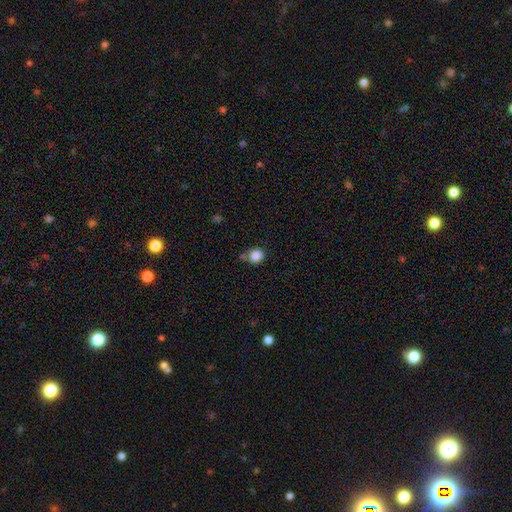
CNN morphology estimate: A smooth galaxy with no disk features (85%) that is round (79%).

Vote fractions:
- Smooth or featured? smooth: 85% / star or artifact: 10% / featured or disk: 5%
- How rounded? round: 79% / in between: 20% / cigar-shaped: 1%
- Merging? none: 58% / minor disturbance: 22% / merger: 13% / major disturbance: 6%